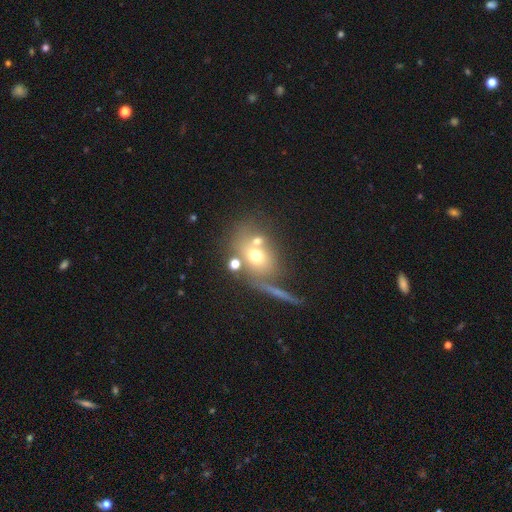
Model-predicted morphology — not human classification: Overall: smooth (60%; featured or disk 26%). How rounded: in between (49%, tied with round). Merging: none (50%; merger 30%).